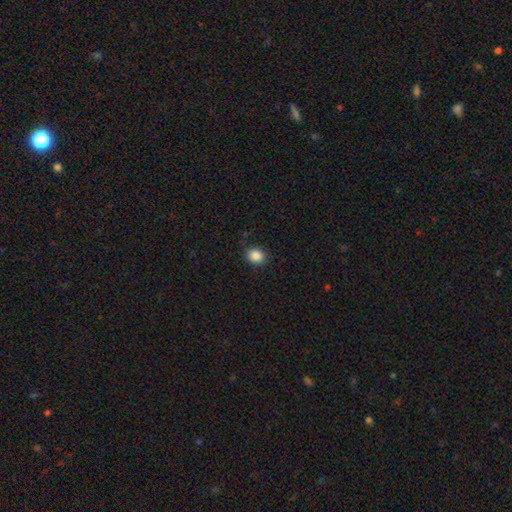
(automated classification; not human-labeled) A smooth galaxy with no disk features (87%) that is round (60%). Merging: none (88%).